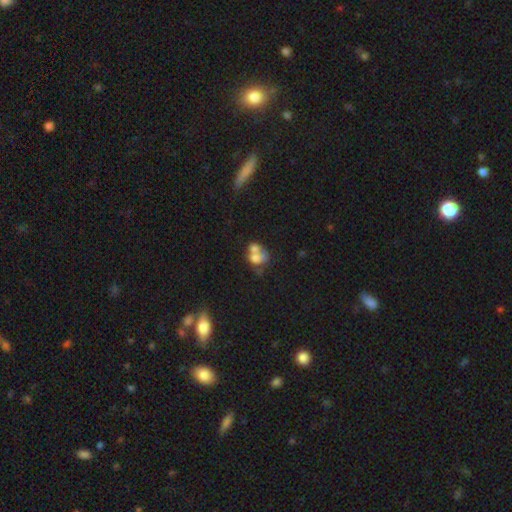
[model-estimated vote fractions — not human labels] smooth_or_featured: smooth (p=0.60) [alt: featured or disk p=0.29]
how_rounded: in between (p=0.53) [alt: round p=0.45]
merging: merger (p=0.67) [alt: none p=0.18]